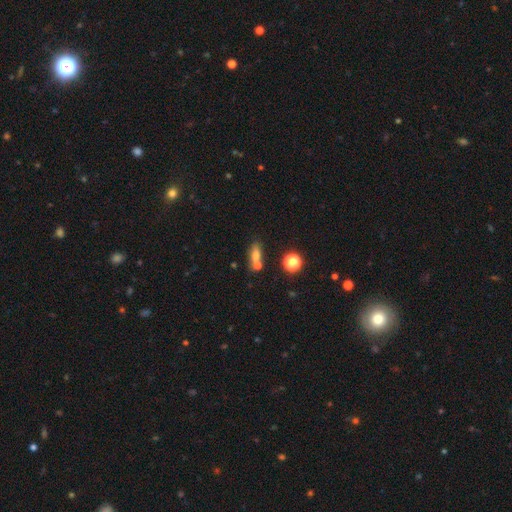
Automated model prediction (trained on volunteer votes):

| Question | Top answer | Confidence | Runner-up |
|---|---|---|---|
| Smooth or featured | smooth | 67% | featured or disk (16%) |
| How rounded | in between | 60% | round (22%) |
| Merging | none | 49% | merger (34%) |